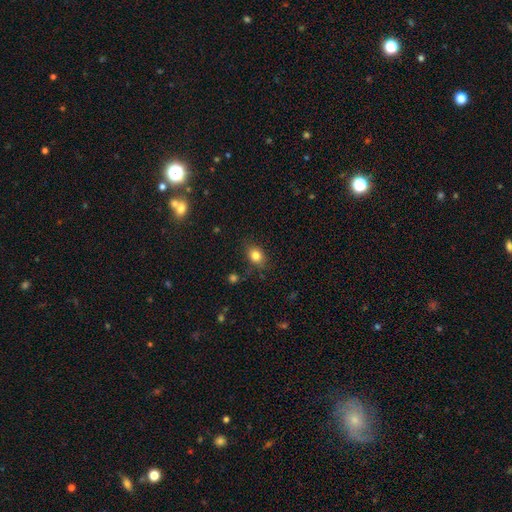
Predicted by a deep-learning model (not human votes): A smooth galaxy with no disk features (83%) that is in between round and cigar-shaped (57%). Merging: none (80%).